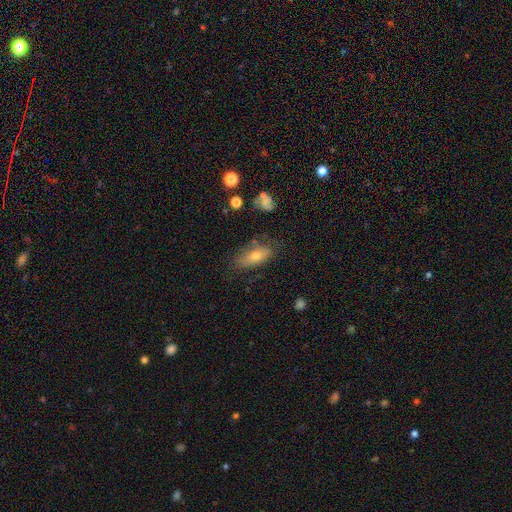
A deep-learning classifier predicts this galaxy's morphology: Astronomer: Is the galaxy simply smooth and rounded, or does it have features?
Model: smooth — 62%.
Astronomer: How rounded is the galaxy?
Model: in between — 77%.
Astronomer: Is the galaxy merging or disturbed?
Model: none — 68%.